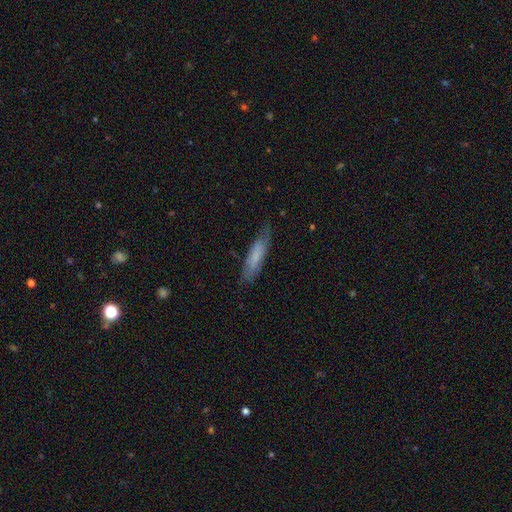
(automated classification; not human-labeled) Smooth or featured: smooth — 66% (featured or disk — 27%)
How rounded: cigar-shaped — 74% (in between — 25%)
Merging: none — 77% (minor disturbance — 18%)